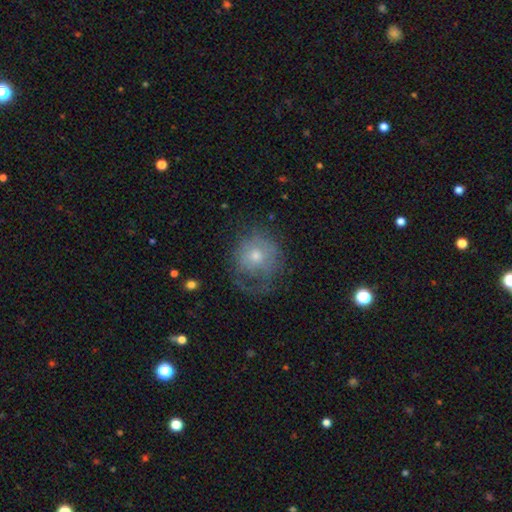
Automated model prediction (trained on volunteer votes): Q: Smooth or featured?
A: smooth (49%); runner-up: featured or disk (42%)
Q: Merging?
A: none (43%); runner-up: major disturbance (31%)